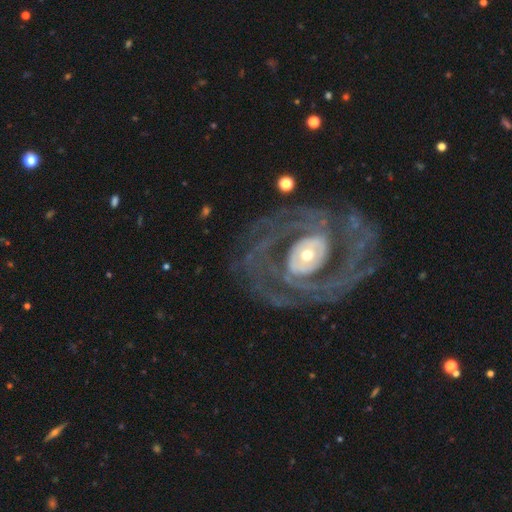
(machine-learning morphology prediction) smooth_or_featured: featured or disk (p=0.89) [alt: star or artifact p=0.06]
disk_edge_on: no (p=0.97) [alt: yes p=0.03]
bar: no (p=0.46) [alt: weak p=0.31]
has_spiral_arms: yes (p=0.92) [alt: no p=0.08]
spiral_winding: tight (p=0.56) [alt: medium p=0.35]
spiral_arm_count: 2 (p=0.65) [alt: can't tell p=0.13]
bulge_size: small (p=0.56) [alt: moderate p=0.34]
merging: none (p=0.74) [alt: minor disturbance p=0.13]